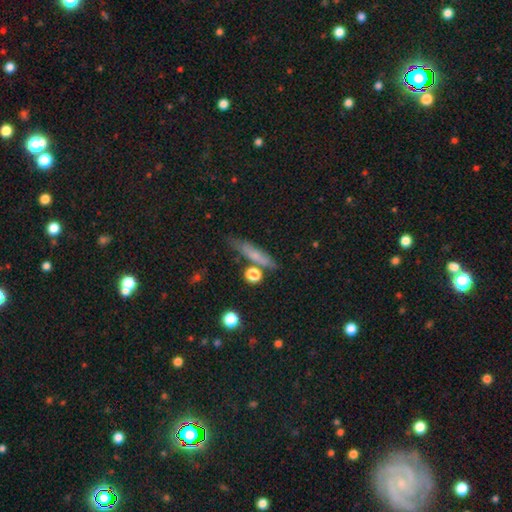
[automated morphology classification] Smooth or featured?
  - smooth: 61% *
  - featured or disk: 27%
  - star or artifact: 12%
How rounded?
  - cigar-shaped: 73% *
  - in between: 19%
  - round: 8%
Merging?
  - none: 70% *
  - minor disturbance: 17%
  - merger: 8%
  - major disturbance: 6%